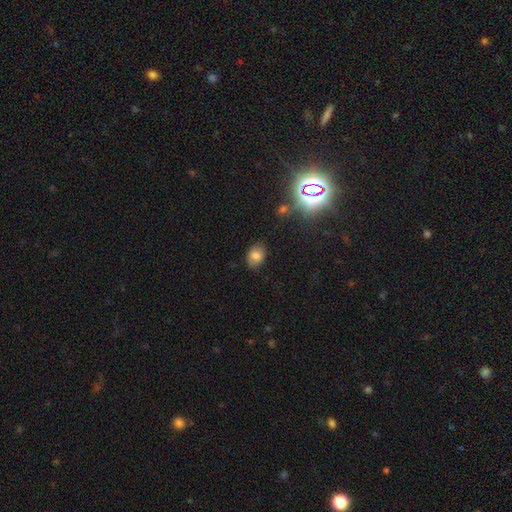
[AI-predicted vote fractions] smooth 78%, star or artifact 12%, featured or disk 10%. Down the decision tree: how rounded — in between (70%); merging — none (82%).